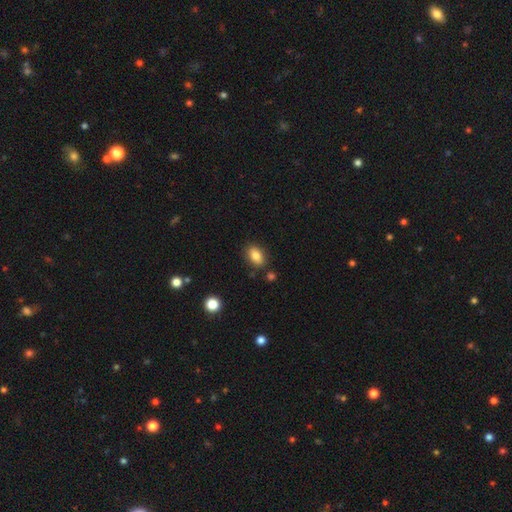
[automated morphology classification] Q: Smooth or featured?
A: smooth (84%); runner-up: star or artifact (8%)
Q: How rounded?
A: in between (88%); runner-up: round (9%)
Q: Merging?
A: none (84%); runner-up: minor disturbance (10%)